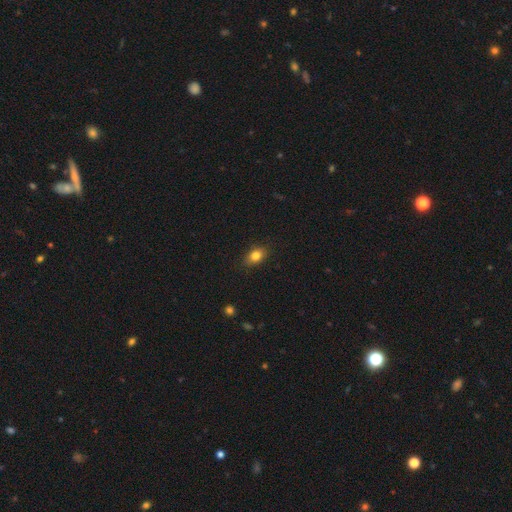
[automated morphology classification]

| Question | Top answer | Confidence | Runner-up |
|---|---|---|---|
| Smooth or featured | smooth | 82% | star or artifact (10%) |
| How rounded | in between | 76% | round (22%) |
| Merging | none | 85% | minor disturbance (11%) |